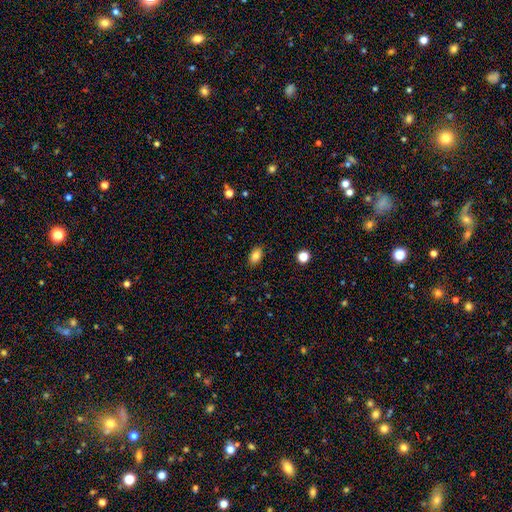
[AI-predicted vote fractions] Overall: smooth (84%). How rounded: in between (86%). Merging: none (87%).